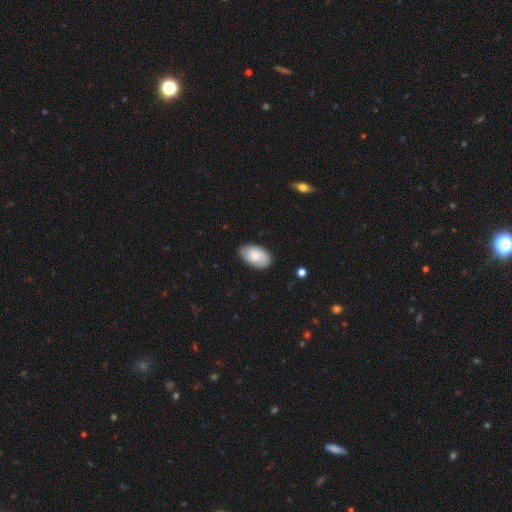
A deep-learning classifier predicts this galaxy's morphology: type=smooth (76%); roundness=in between (93%); merging=none (79%).